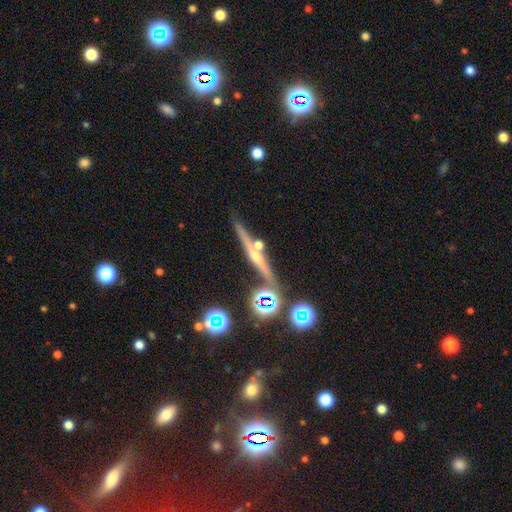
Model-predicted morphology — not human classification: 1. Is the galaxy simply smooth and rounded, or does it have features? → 72% featured or disk, 15% star or artifact, 13% smooth.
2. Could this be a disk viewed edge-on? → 95% yes, 5% no.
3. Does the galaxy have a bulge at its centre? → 84% rounded, 11% none, 6% boxy.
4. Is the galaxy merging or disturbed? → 76% none, 12% minor disturbance, 9% merger, 3% major disturbance.